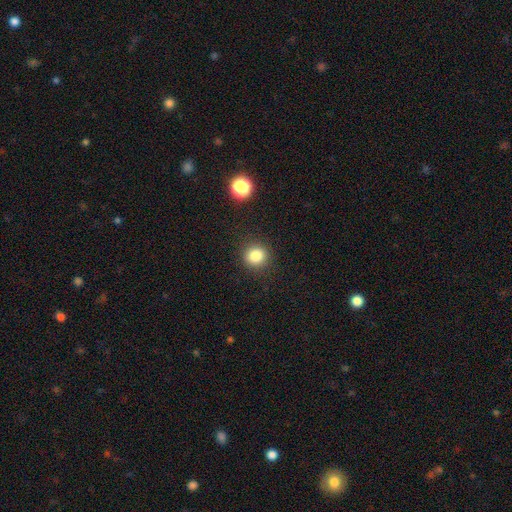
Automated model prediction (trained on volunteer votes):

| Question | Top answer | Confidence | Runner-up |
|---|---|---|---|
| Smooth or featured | smooth | 84% | star or artifact (12%) |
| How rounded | round | 88% | in between (11%) |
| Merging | none | 89% | minor disturbance (7%) |